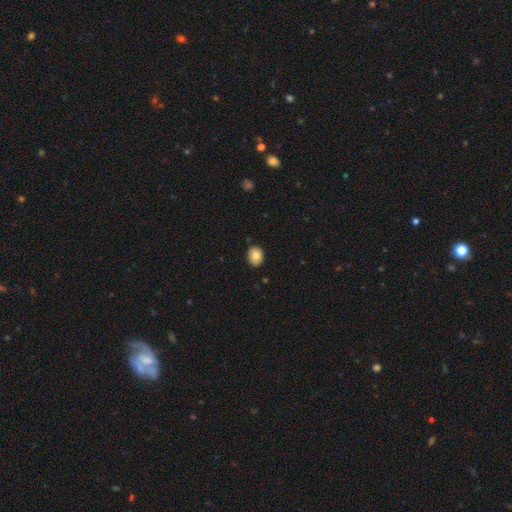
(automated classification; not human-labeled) Smooth or featured?
  - smooth: 79% *
  - featured or disk: 13%
  - star or artifact: 8%
How rounded?
  - in between: 50% *
  - round: 49%
  - cigar-shaped: 1%
Merging?
  - none: 87% *
  - minor disturbance: 10%
  - major disturbance: 2%
  - merger: 1%